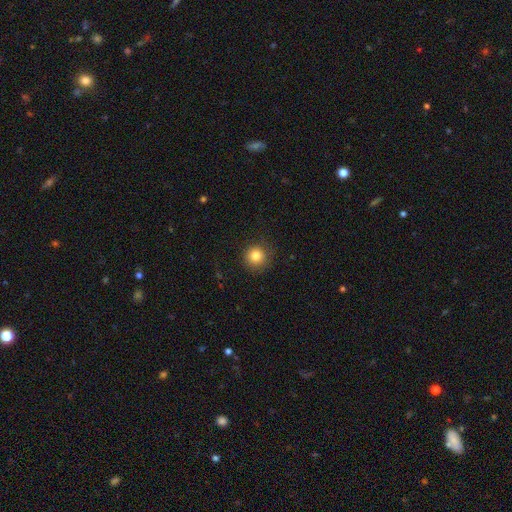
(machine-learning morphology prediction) smooth 83%, star or artifact 11%, featured or disk 6%. Down the decision tree: how rounded — round (94%); merging — none (88%).